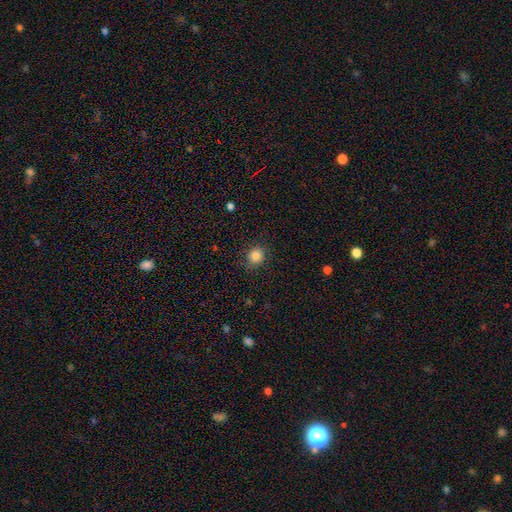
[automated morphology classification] Q: Smooth or featured?
A: smooth (84%); runner-up: star or artifact (11%)
Q: How rounded?
A: round (84%); runner-up: in between (15%)
Q: Merging?
A: none (87%); runner-up: minor disturbance (9%)